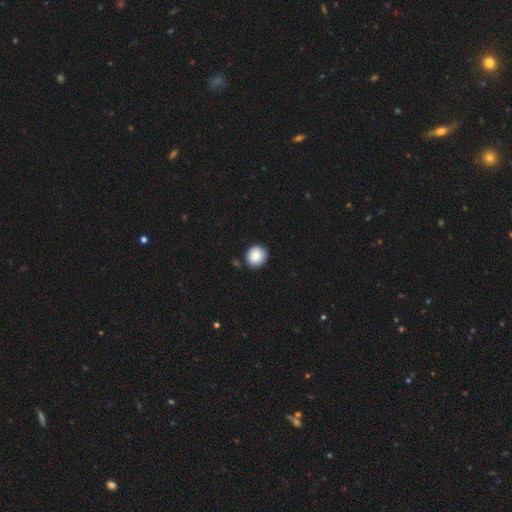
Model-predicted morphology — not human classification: smooth 87%, star or artifact 8%, featured or disk 5%. Down the decision tree: how rounded — round (88%); merging — none (87%).